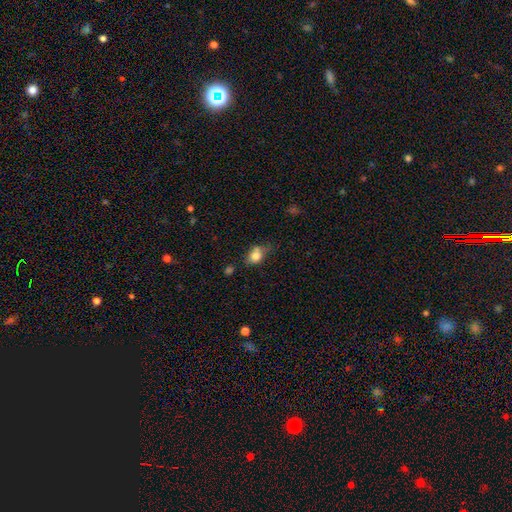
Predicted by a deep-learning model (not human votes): Smooth or featured?
  - smooth: 78% *
  - featured or disk: 12%
  - star or artifact: 10%
How rounded?
  - in between: 61% *
  - round: 37%
  - cigar-shaped: 2%
Merging?
  - none: 45% *
  - minor disturbance: 32%
  - merger: 12%
  - major disturbance: 11%